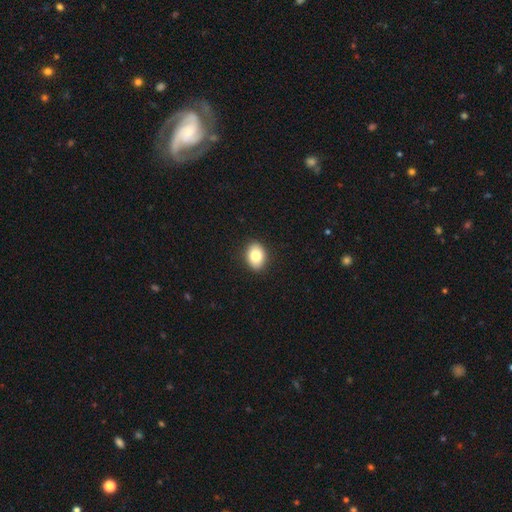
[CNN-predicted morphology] A smooth galaxy with no disk features (81%) that is in between round and cigar-shaped (74%). Merging: none (90%).